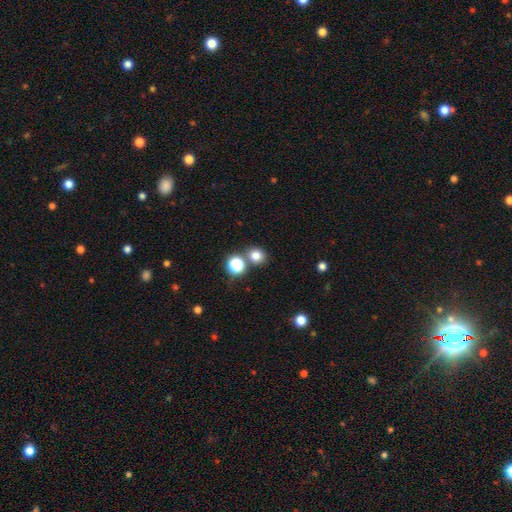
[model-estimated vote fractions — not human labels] Overall: smooth (77%). How rounded: round (79%). Merging: none (71%).